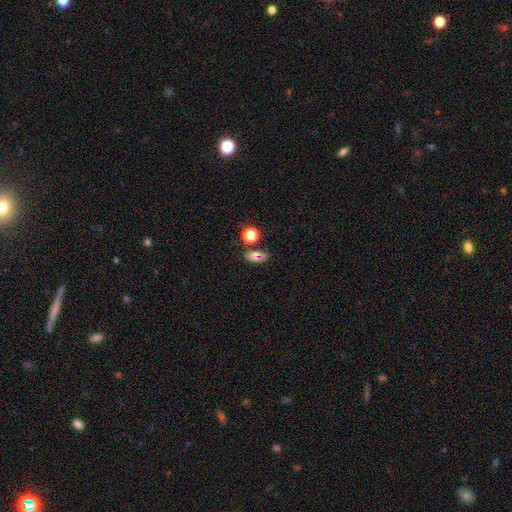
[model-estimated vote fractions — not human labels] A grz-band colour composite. It shows a smooth galaxy with no disk features (62%) that is in between round and cigar-shaped (76%). Merging: none (71%).